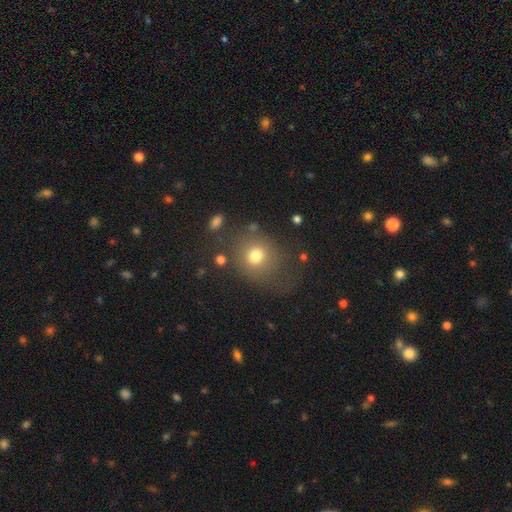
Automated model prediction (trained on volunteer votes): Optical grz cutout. It shows a smooth galaxy with no disk features (74%) that is round (75%). Merging: none (63%).